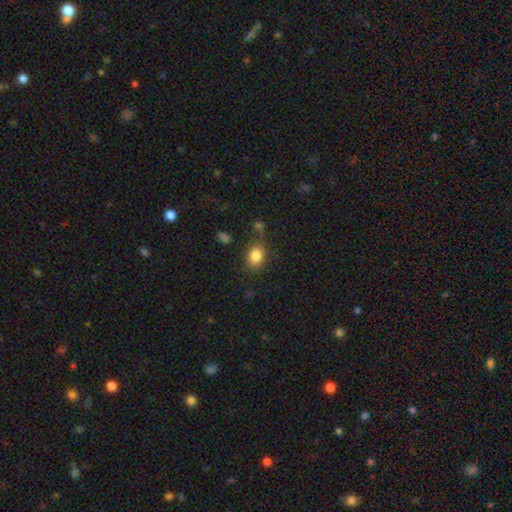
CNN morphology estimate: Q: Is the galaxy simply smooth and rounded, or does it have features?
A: smooth — 85%.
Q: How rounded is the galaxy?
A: in between — 67%.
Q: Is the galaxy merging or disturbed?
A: none — 75%.